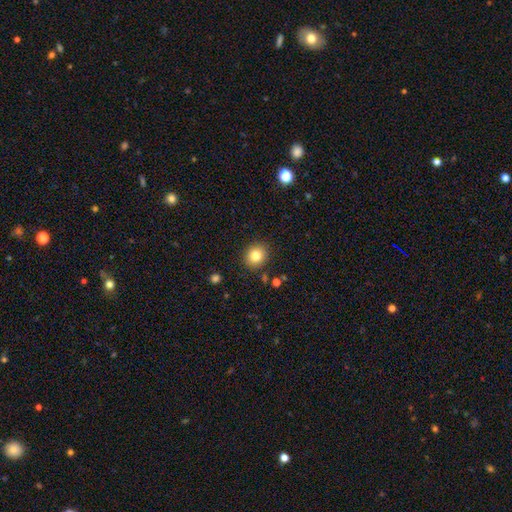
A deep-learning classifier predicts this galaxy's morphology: This is clearly a smooth galaxy (82%). How rounded: likely round (72%). Merging: clearly none (88%).